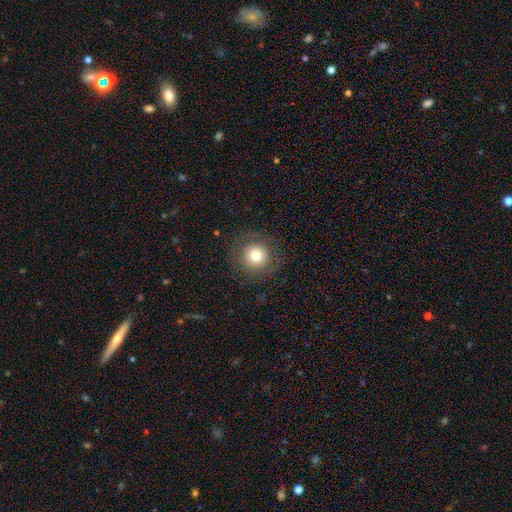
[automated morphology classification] The model was most divided on "smooth or featured": smooth: 76%, featured or disk: 12%, star or artifact: 12%. More confident: how rounded — round (95%); merging — none (87%).